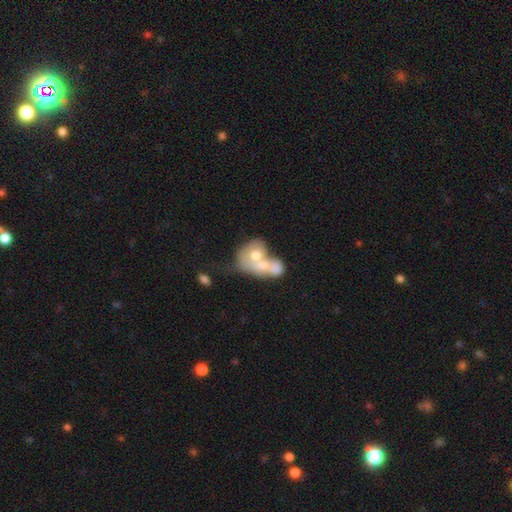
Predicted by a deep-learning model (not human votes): Smooth or featured: smooth — 54% (featured or disk — 38%)
How rounded: in between — 62% (round — 36%)
Merging: merger — 77% (none — 10%)